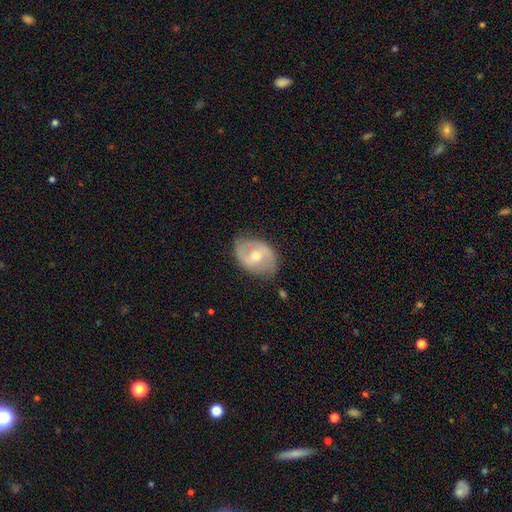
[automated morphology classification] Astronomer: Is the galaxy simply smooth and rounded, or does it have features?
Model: featured or disk — 68%.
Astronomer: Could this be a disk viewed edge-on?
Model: no — 96%.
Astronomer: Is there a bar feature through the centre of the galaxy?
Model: weak — 48% (runner-up: no, 35%).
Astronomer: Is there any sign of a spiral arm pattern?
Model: yes — 77%.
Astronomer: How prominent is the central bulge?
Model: moderate — 71%.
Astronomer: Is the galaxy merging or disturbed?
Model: none — 76%.